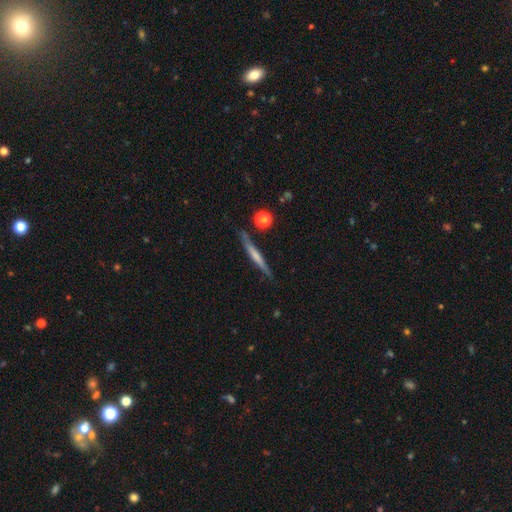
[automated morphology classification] Smooth or featured: featured or disk — 50% (smooth — 44%)
Merging: none — 82% (minor disturbance — 13%)